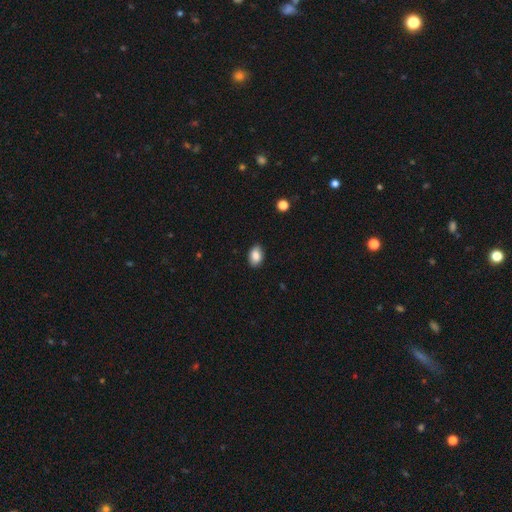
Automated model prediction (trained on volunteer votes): Smooth or featured?
  - smooth: 86% *
  - star or artifact: 8%
  - featured or disk: 6%
How rounded?
  - in between: 86% *
  - round: 12%
  - cigar-shaped: 1%
Merging?
  - none: 87% *
  - minor disturbance: 10%
  - major disturbance: 2%
  - merger: 1%